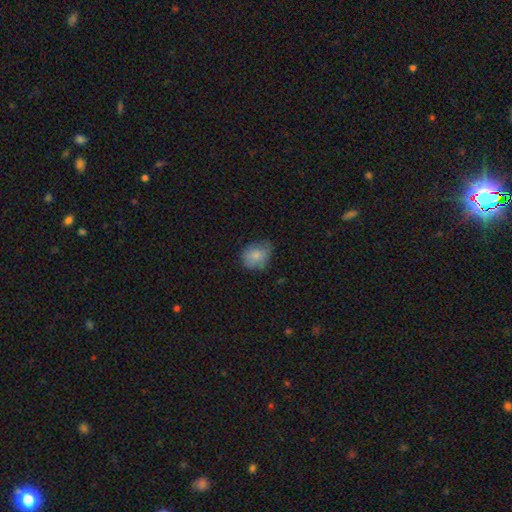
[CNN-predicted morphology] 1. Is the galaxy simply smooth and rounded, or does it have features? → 80% smooth, 12% featured or disk, 8% star or artifact.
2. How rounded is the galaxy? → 53% round, 46% in between, 1% cigar-shaped.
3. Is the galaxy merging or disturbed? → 57% none, 34% minor disturbance, 8% major disturbance, 1% merger.